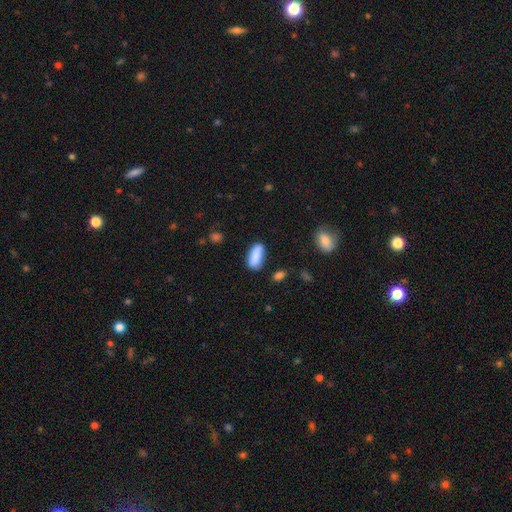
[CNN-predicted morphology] A smooth galaxy with no disk features (88%) that is in between round and cigar-shaped (80%). Merging: none (78%).